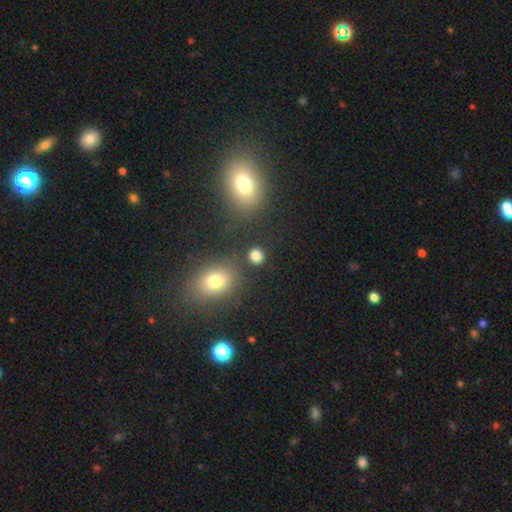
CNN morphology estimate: This is clearly a smooth galaxy (81%). How rounded: clearly round (83%). Merging: clearly none (84%).